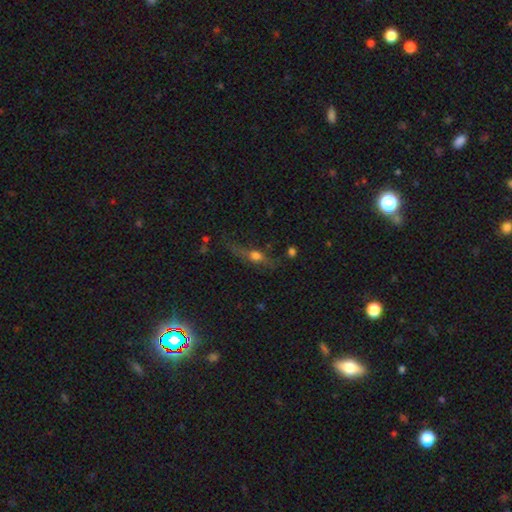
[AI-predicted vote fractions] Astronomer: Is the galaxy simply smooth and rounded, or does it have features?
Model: smooth — 48% (runner-up: featured or disk, 39%).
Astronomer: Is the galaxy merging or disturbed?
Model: none — 60%.